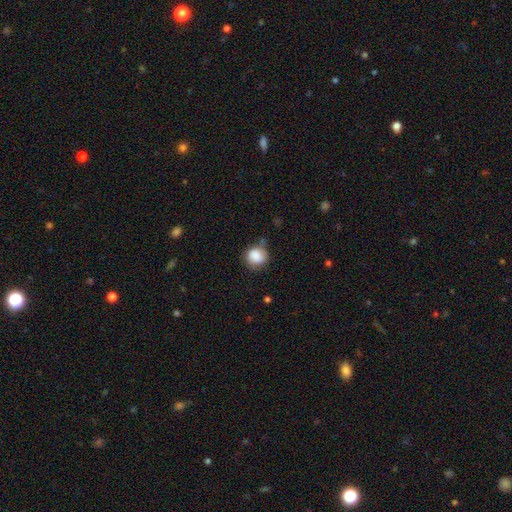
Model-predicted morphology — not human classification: smooth 85%, star or artifact 8%, featured or disk 7%. Down the decision tree: how rounded — round (81%); merging — none (56%).